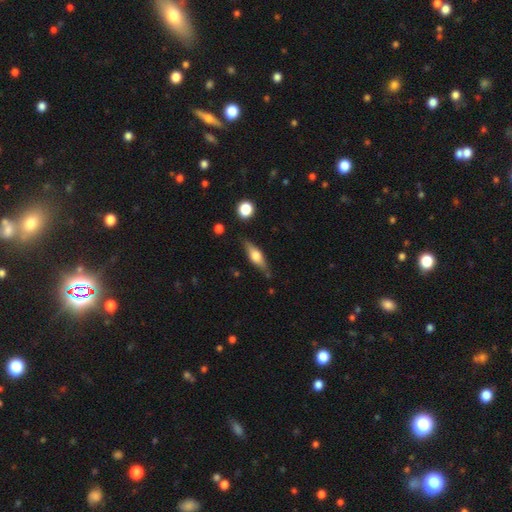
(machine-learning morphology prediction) Smooth or featured? featured or disk (53%)
Edge-on disk? yes (91%)
Merging? none (78%)